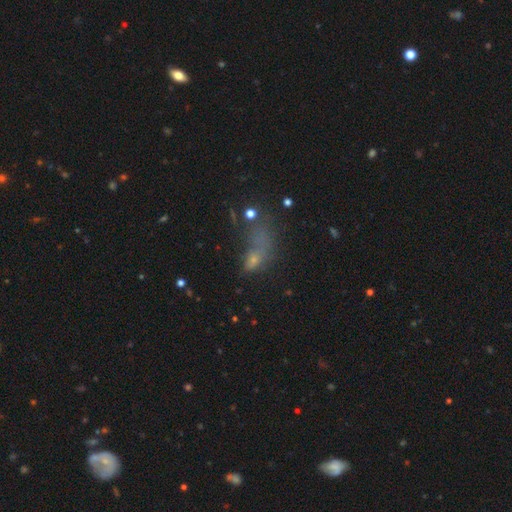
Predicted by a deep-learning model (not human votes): This appears to be a smooth galaxy with no disk features (46%). Merging: major disturbance (39%).